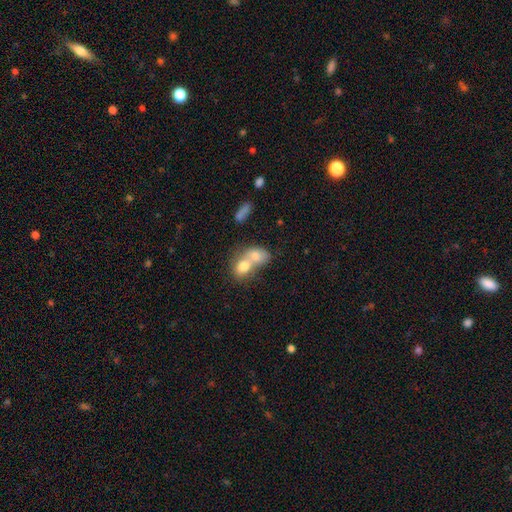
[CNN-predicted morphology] Smooth or featured? smooth (72%)
How rounded? in between (67%)
Merging? merger (77%)